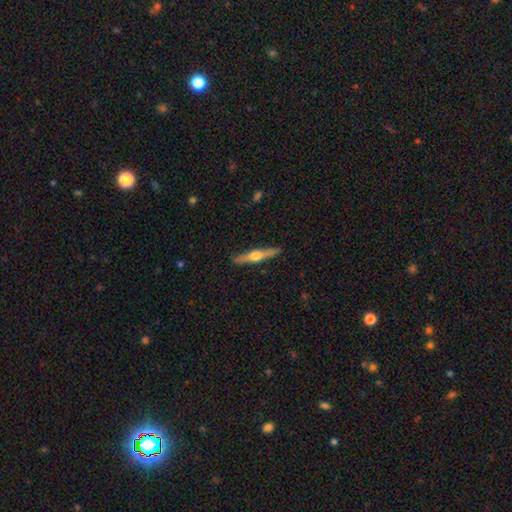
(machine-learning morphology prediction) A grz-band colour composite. It shows a featured or disk galaxy (62%) viewed edge-on (96%) with a rounded central bulge (93%). Merging: none (89%).